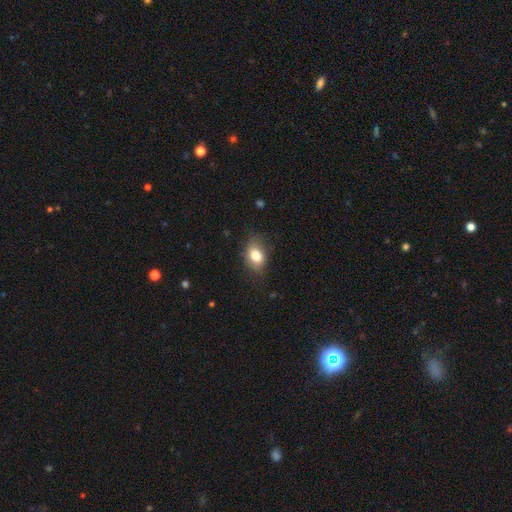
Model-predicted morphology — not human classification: This is clearly a smooth galaxy (80%). How rounded: likely in between (75%). Merging: likely none (73%).